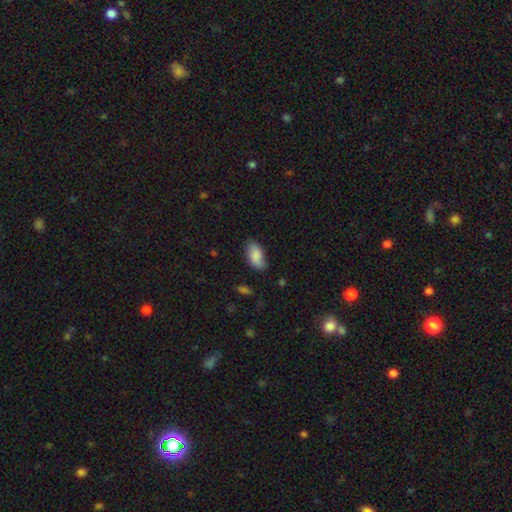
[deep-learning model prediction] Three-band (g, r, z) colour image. It shows a smooth galaxy with no disk features (85%) that is in between round and cigar-shaped (93%). Merging: none (77%).